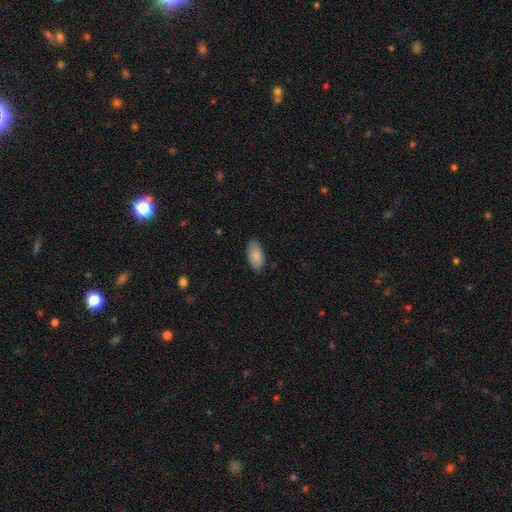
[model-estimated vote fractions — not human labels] smooth 88%, featured or disk 6%, star or artifact 6%. Down the decision tree: how rounded — in between (93%); merging — none (86%).